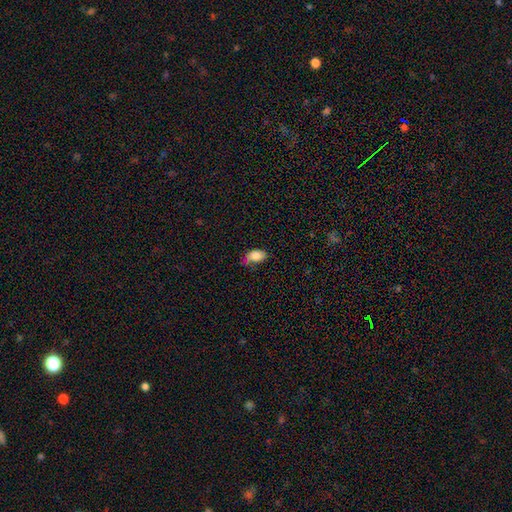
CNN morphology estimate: Smooth or featured? smooth (84%)
How rounded? in between (90%)
Merging? none (47%)